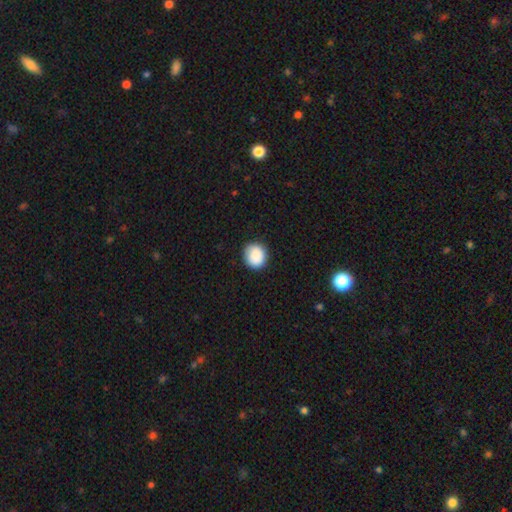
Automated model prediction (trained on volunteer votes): Q: Smooth or featured?
A: smooth (89%); runner-up: star or artifact (8%)
Q: How rounded?
A: round (83%); runner-up: in between (16%)
Q: Merging?
A: none (87%); runner-up: minor disturbance (10%)